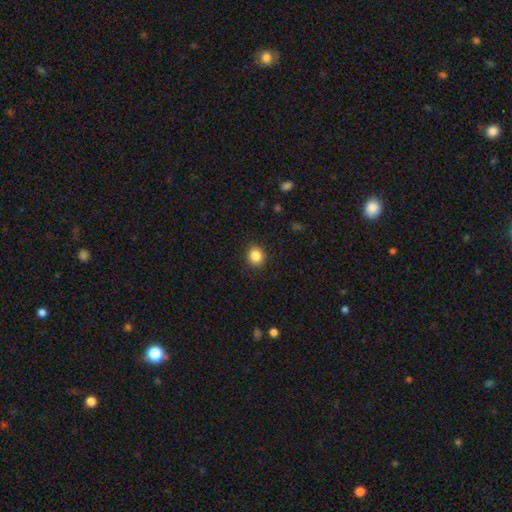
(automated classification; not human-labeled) A smooth galaxy with no disk features (86%) that is round (81%).

Vote fractions:
- Smooth or featured? smooth: 86% / star or artifact: 10% / featured or disk: 4%
- How rounded? round: 81% / in between: 18% / cigar-shaped: 1%
- Merging? none: 91% / minor disturbance: 6% / major disturbance: 2% / merger: 1%